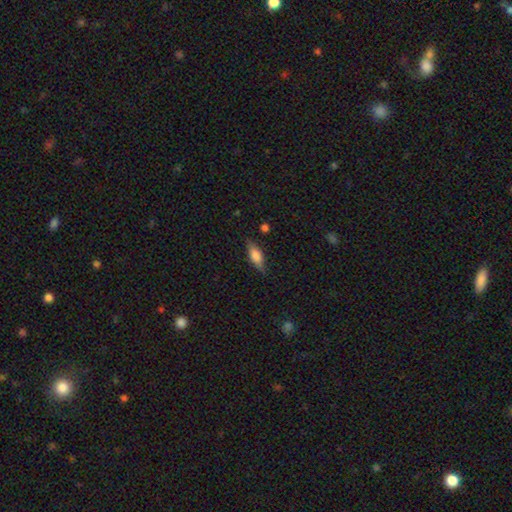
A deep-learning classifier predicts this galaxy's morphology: This is likely a smooth galaxy (69%). How rounded: likely in between (69%). Merging: clearly none (81%).